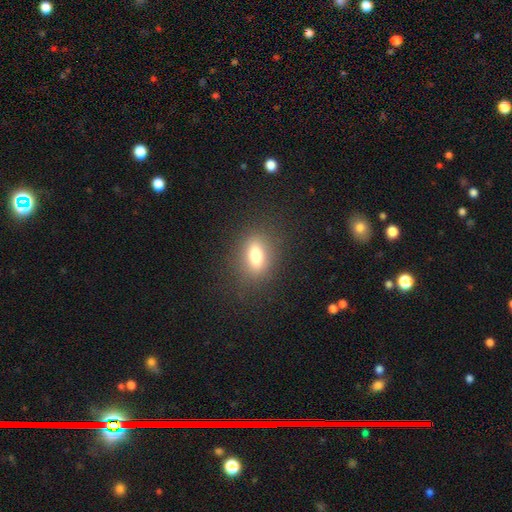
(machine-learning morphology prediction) This is likely a smooth galaxy (71%). How rounded: likely in between (72%). Merging: clearly none (84%).